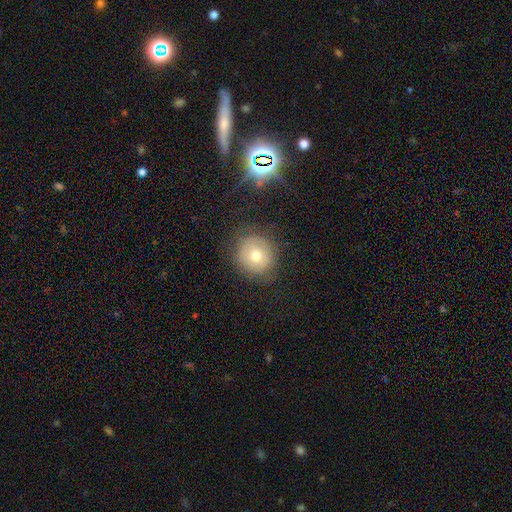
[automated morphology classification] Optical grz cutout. It shows a smooth galaxy with no disk features (61%) that is round (91%). Merging: none (80%).